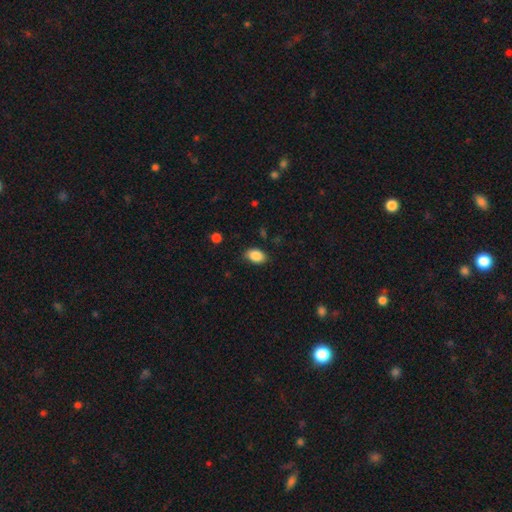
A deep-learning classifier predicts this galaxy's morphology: Q: Smooth or featured?
A: smooth (87%); runner-up: star or artifact (8%)
Q: How rounded?
A: in between (87%); runner-up: round (12%)
Q: Merging?
A: none (81%); runner-up: minor disturbance (15%)